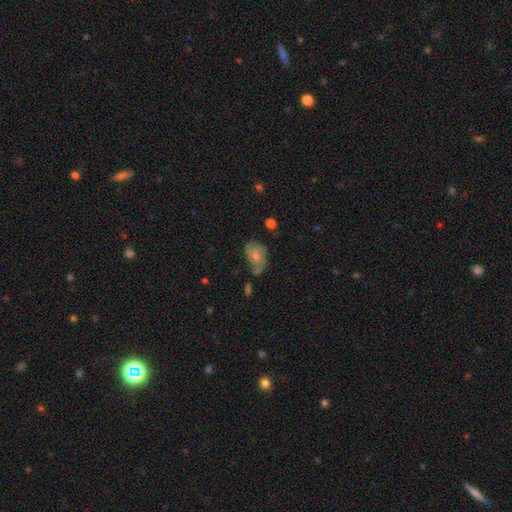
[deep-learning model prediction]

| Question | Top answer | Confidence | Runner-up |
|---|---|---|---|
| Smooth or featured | featured or disk | 46% | smooth (45%) |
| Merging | none | 43% | minor disturbance (32%) |